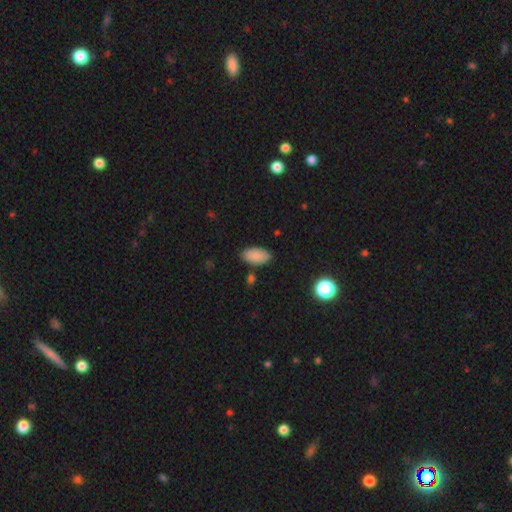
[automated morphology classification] smooth 87%, star or artifact 8%, featured or disk 5%. Down the decision tree: how rounded — in between (94%); merging — none (82%).